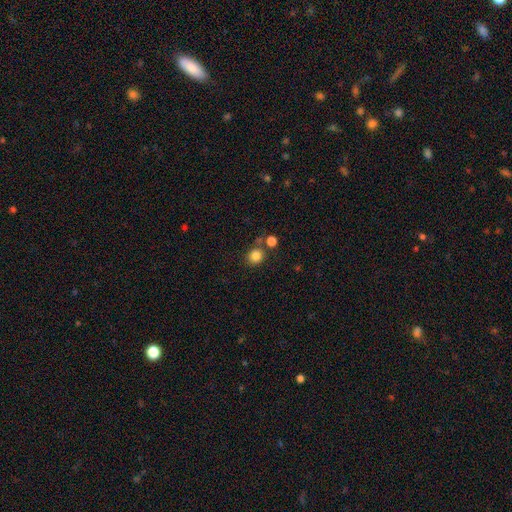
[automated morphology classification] This appears to be a smooth galaxy with no disk features (83%) that is round (83%). Merging: none (70%).